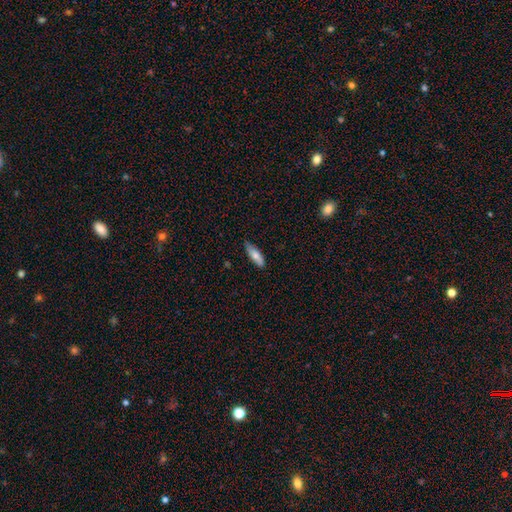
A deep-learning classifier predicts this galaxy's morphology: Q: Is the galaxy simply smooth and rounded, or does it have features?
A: smooth — 75%.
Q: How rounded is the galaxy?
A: in between — 53%.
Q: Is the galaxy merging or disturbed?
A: none — 74%.